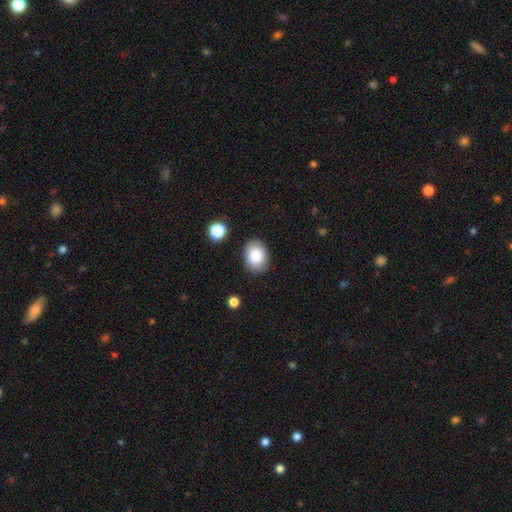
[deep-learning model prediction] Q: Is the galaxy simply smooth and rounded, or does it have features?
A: smooth — 86%.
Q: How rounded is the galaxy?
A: in between — 73%.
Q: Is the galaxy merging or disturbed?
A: none — 83%.